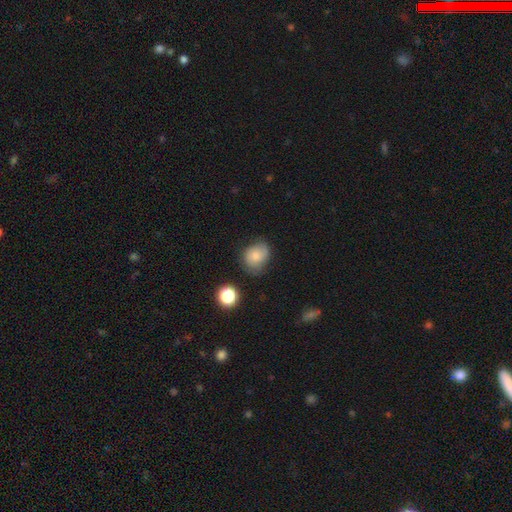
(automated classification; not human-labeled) The model was most divided on "how rounded": round: 51%, in between: 48%, cigar-shaped: 1%. More confident: smooth or featured — smooth (74%); merging — none (58%).